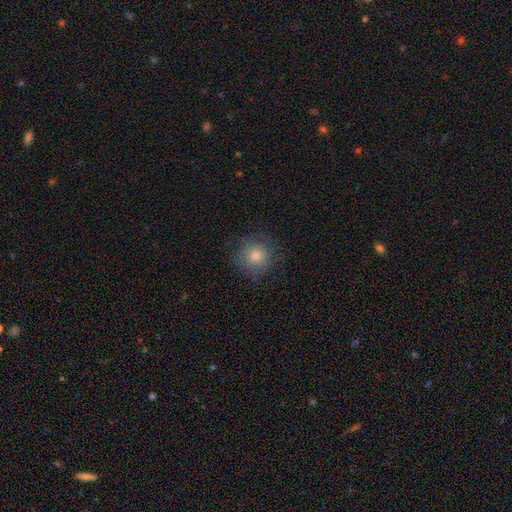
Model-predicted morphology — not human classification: A smooth galaxy with no disk features (74%) that is round (94%).

Vote fractions:
- Smooth or featured? smooth: 74% / star or artifact: 14% / featured or disk: 12%
- How rounded? round: 94% / in between: 5% / cigar-shaped: 1%
- Merging? none: 84% / minor disturbance: 11% / major disturbance: 4% / merger: 1%